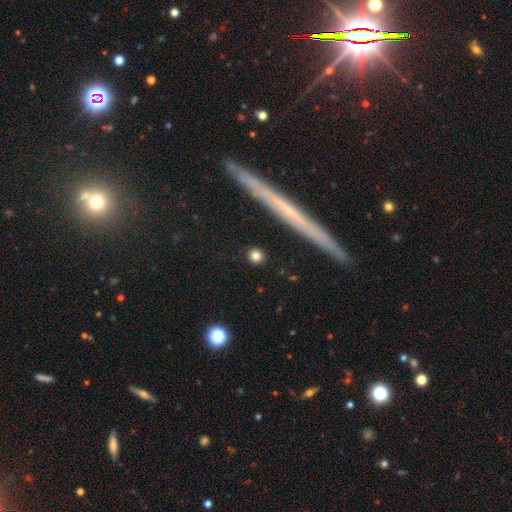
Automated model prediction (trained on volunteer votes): Smooth or featured?
  - smooth: 80% *
  - featured or disk: 10%
  - star or artifact: 10%
How rounded?
  - round: 89% *
  - in between: 7%
  - cigar-shaped: 4%
Merging?
  - none: 90% *
  - minor disturbance: 6%
  - major disturbance: 2%
  - merger: 2%